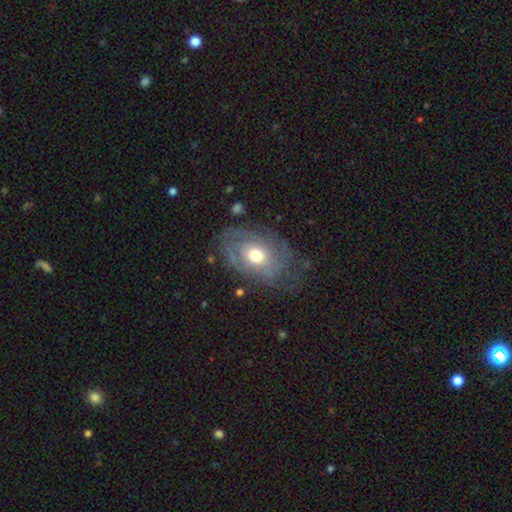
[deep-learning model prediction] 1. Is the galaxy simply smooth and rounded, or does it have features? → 61% featured or disk, 31% smooth, 8% star or artifact.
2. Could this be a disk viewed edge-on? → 94% no, 6% yes.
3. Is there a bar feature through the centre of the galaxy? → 85% no, 13% weak, 3% strong.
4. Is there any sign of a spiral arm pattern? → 64% yes, 36% no.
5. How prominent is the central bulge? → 68% moderate, 17% large, 12% small, 2% dominant, 1% none.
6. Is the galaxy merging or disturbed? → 63% none, 21% minor disturbance, 14% major disturbance, 2% merger.